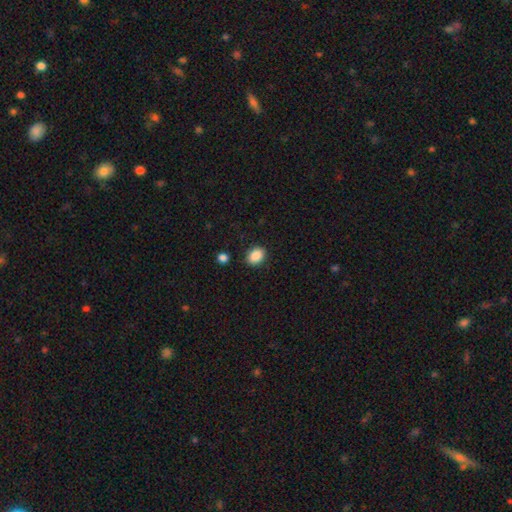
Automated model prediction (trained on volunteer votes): Smooth or featured? smooth (88%)
How rounded? in between (65%)
Merging? none (85%)